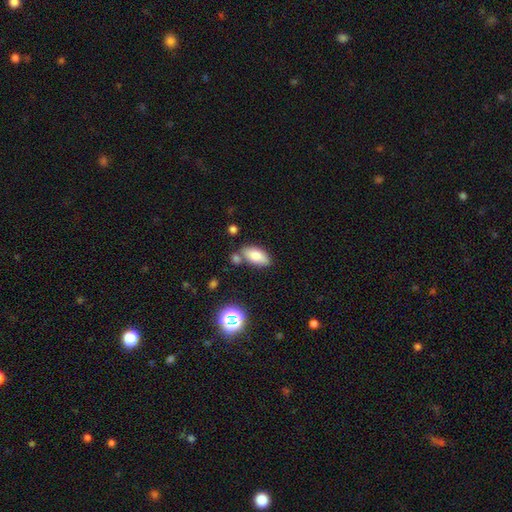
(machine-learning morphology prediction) Overall: smooth (81%). How rounded: in between (90%). Merging: none (67%).